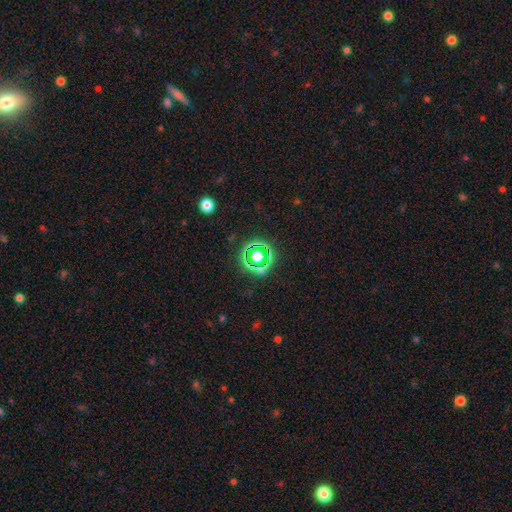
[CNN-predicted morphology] Smooth or featured? Predicted: star or artifact (p=0.55).